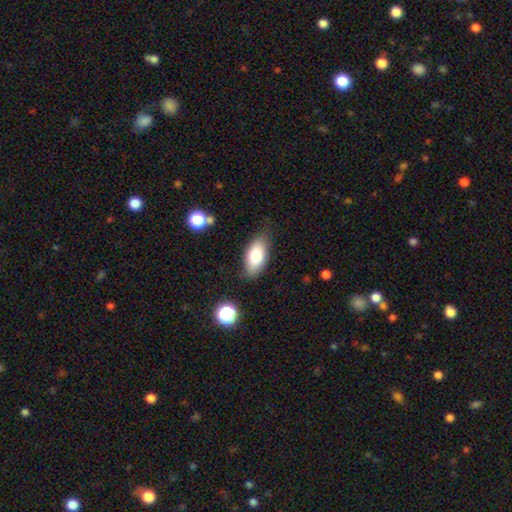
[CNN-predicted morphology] A smooth galaxy with no disk features (78%) that is in between round and cigar-shaped (90%).

Vote fractions:
- Smooth or featured? smooth: 78% / featured or disk: 14% / star or artifact: 7%
- How rounded? in between: 90% / cigar-shaped: 7% / round: 4%
- Merging? none: 80% / minor disturbance: 15% / major disturbance: 3% / merger: 2%